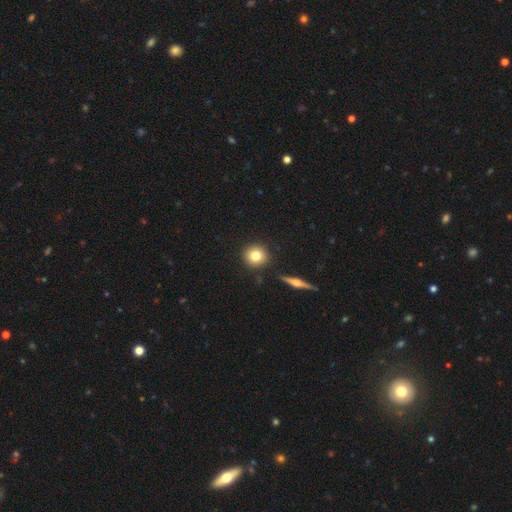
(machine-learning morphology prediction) smooth 78%, featured or disk 13%, star or artifact 9%. Down the decision tree: how rounded — round (92%); merging — none (88%).